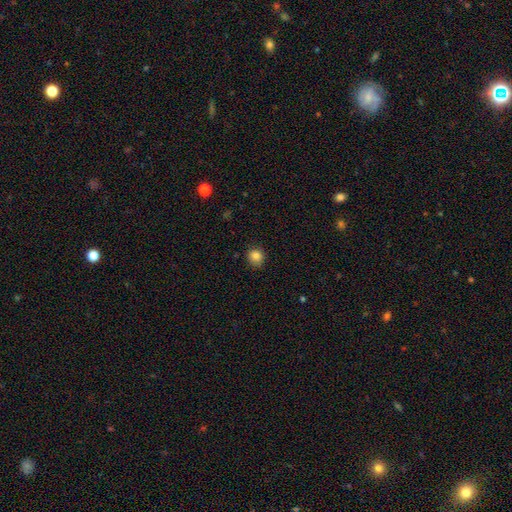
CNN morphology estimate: Q: Smooth or featured?
A: smooth (84%); runner-up: star or artifact (11%)
Q: How rounded?
A: round (82%); runner-up: in between (17%)
Q: Merging?
A: none (84%); runner-up: minor disturbance (12%)